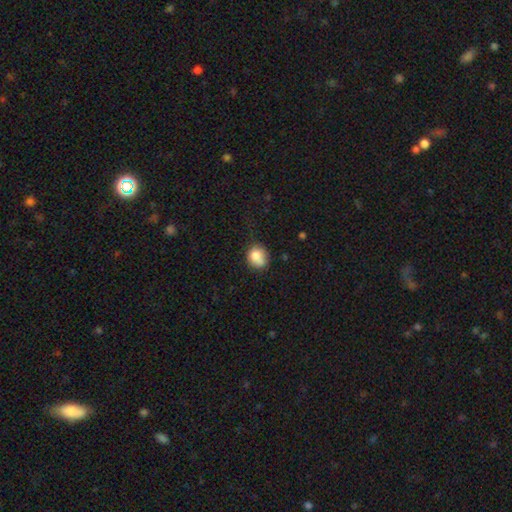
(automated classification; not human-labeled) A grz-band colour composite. It shows a smooth galaxy with no disk features (79%) that is round (71%). Merging: none (52%).